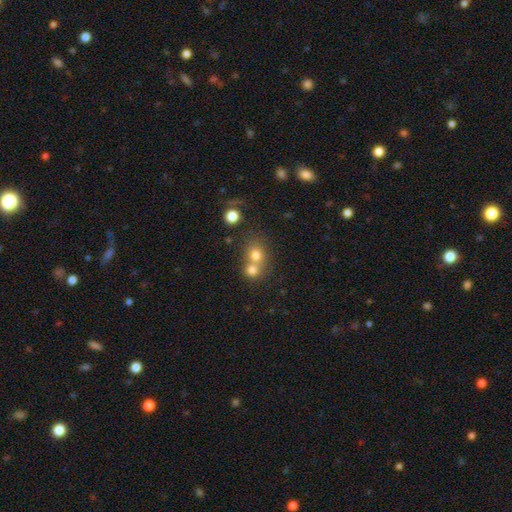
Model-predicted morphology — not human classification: smooth-or-featured: smooth: 73% | star or artifact: 14% | featured or disk: 13%
  how-rounded: round: 77% | in between: 22% | cigar-shaped: 1%
  merging: merger: 56% | none: 35% | minor disturbance: 6% | major disturbance: 3%